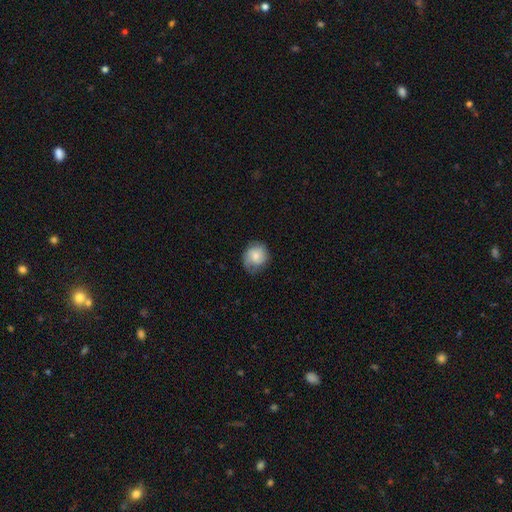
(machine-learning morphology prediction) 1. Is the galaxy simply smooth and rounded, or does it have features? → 70% smooth, 22% featured or disk, 7% star or artifact.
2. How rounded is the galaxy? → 74% round, 25% in between, 1% cigar-shaped.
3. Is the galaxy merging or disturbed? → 65% none, 26% minor disturbance, 7% major disturbance, 1% merger.